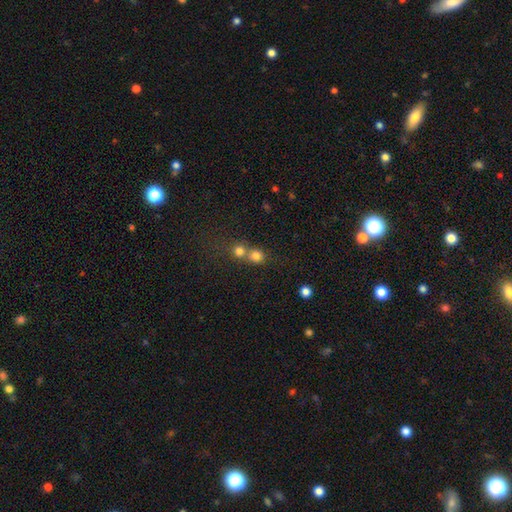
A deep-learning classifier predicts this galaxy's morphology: smooth_or_featured: smooth (p=0.78) [alt: star or artifact p=0.14]
how_rounded: round (p=0.84) [alt: in between p=0.15]
merging: merger (p=0.52) [alt: none p=0.40]